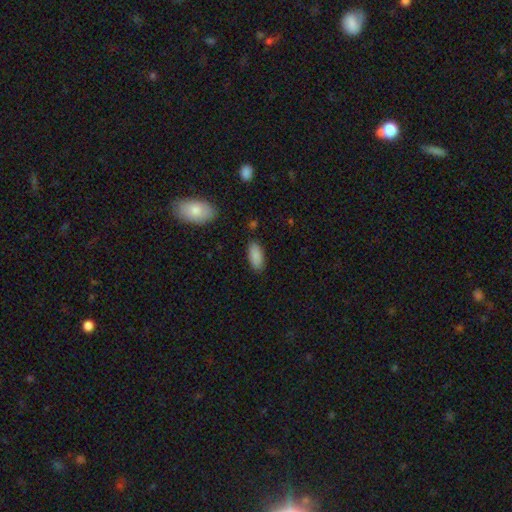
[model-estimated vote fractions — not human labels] The model was most divided on "merging": none: 84%, minor disturbance: 11%, major disturbance: 3%, merger: 2%. More confident: how rounded — in between (88%); smooth or featured — smooth (88%).